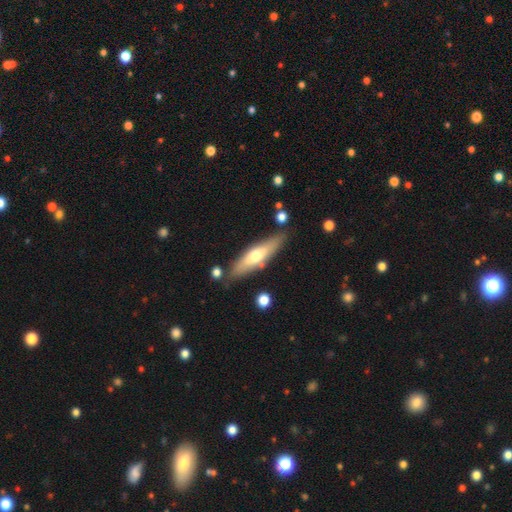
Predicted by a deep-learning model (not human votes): smooth-or-featured: smooth: 49% | featured or disk: 46% | star or artifact: 5%
  merging: none: 80% | minor disturbance: 12% | merger: 5% | major disturbance: 3%